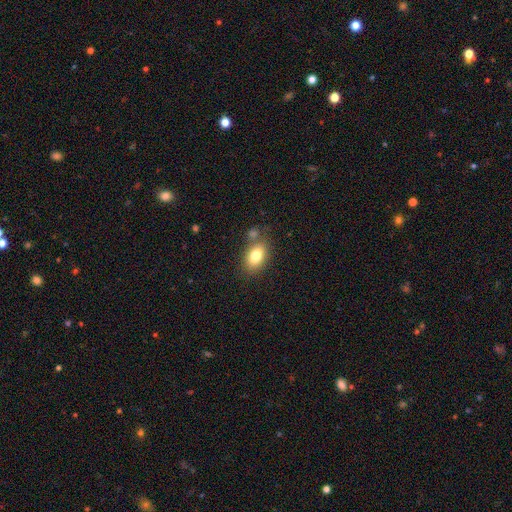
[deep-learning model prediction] Morphology: type=smooth (79%); roundness=in between (85%); merging=none (68%).